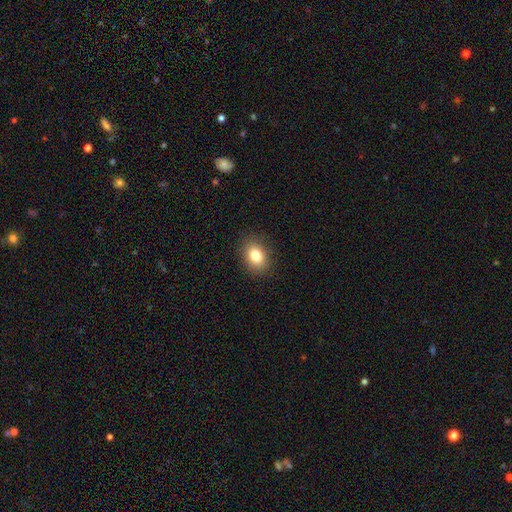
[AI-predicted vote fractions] This appears to be a smooth galaxy with no disk features (83%) that is in between round and cigar-shaped (73%). Merging: none (88%).